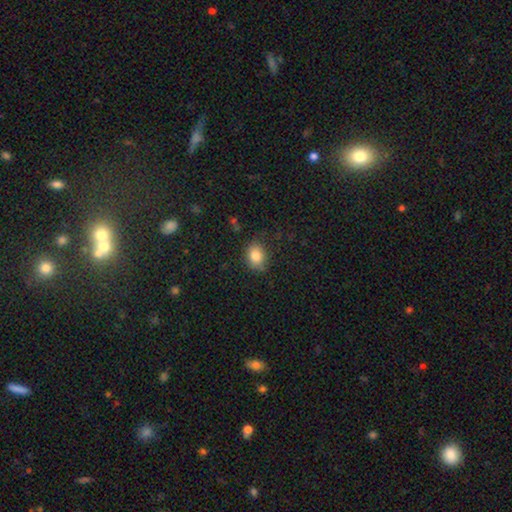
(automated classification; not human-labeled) Smooth or featured? smooth (83%)
How rounded? in between (50%)
Merging? none (79%)